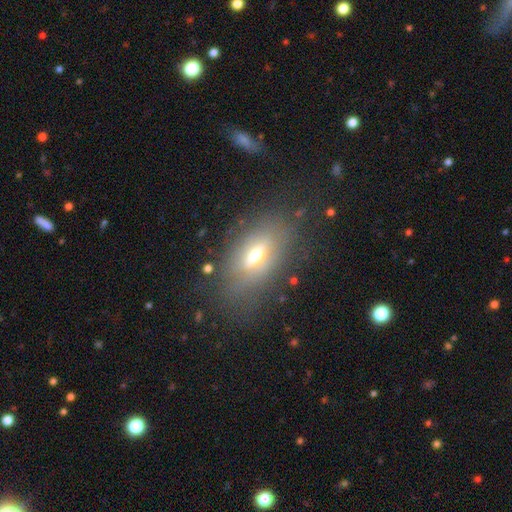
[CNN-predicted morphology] This is possibly a smooth galaxy (45%). Merging: likely none (71%).